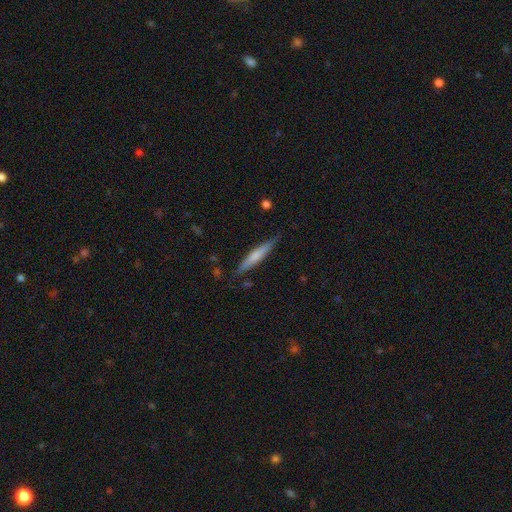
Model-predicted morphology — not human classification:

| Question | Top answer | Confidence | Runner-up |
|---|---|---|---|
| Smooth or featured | smooth | 58% | featured or disk (36%) |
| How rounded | cigar-shaped | 92% | in between (6%) |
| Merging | none | 83% | minor disturbance (13%) |